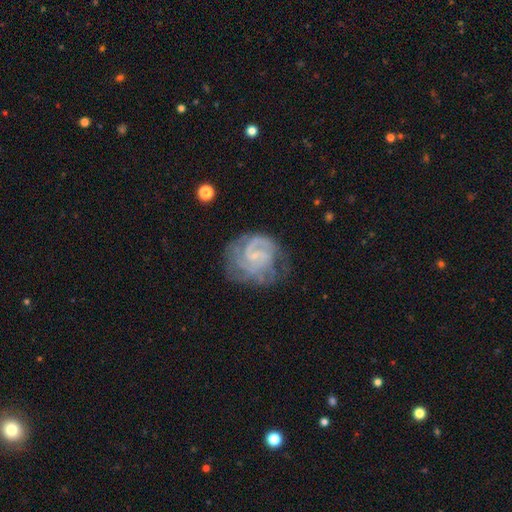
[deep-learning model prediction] featured or disk 86%, smooth 8%, star or artifact 6%. Down the decision tree: edge-on disk — no (98%); bar — weak (47%); spiral arms — yes (97%); spiral arm count — 2 (39%); spiral winding — tight (57%); bulge size — small (63%); merging — none (66%).